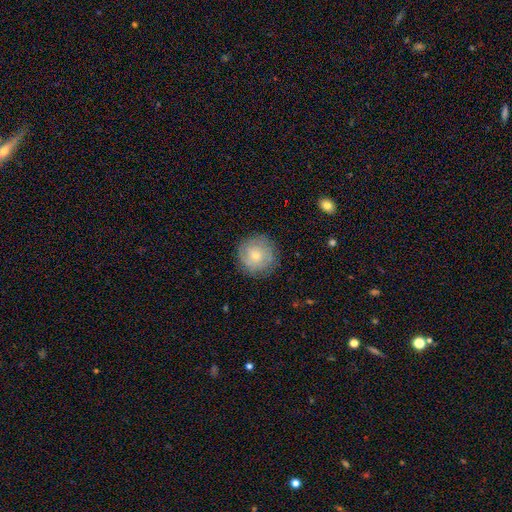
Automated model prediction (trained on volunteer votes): Q: Smooth or featured?
A: smooth (57%); runner-up: featured or disk (34%)
Q: How rounded?
A: round (94%); runner-up: in between (5%)
Q: Merging?
A: none (83%); runner-up: minor disturbance (12%)